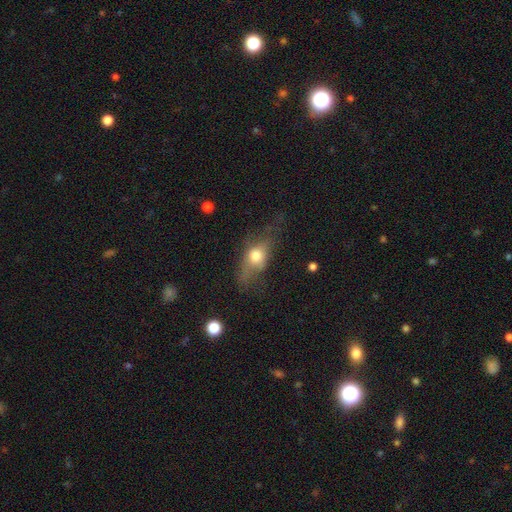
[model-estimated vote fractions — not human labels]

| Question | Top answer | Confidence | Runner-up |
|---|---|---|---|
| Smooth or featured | smooth | 62% | featured or disk (28%) |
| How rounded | in between | 66% | round (22%) |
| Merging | none | 41% | major disturbance (30%) |